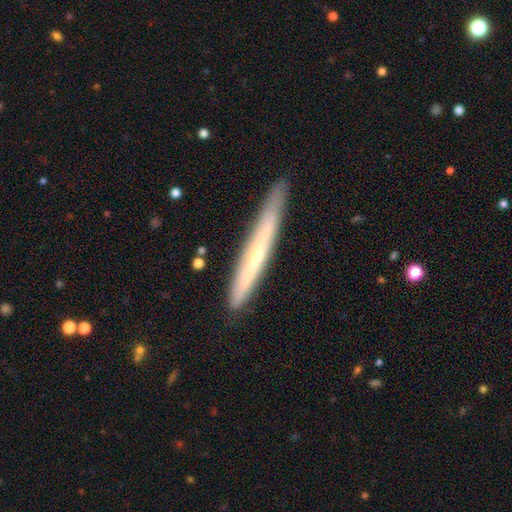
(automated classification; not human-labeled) Smooth or featured: featured or disk — 57% (smooth — 37%)
Edge-on disk: yes — 90% (no — 10%)
Edge-on bulge: none — 49% (rounded — 47%)
Merging: none — 85% (minor disturbance — 12%)